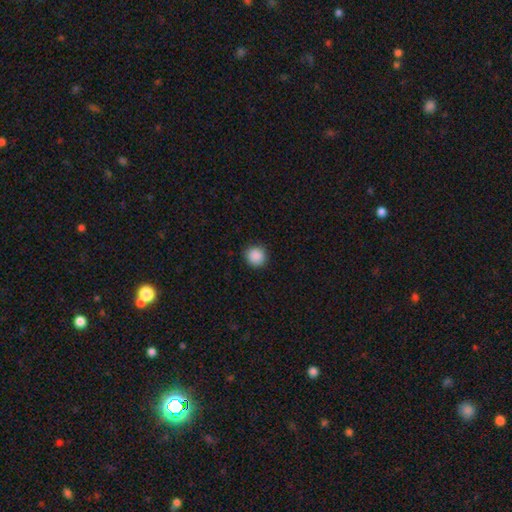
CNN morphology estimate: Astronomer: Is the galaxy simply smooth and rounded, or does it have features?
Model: smooth — 89%.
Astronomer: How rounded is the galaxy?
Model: round — 93%.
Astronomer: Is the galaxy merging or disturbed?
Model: none — 90%.